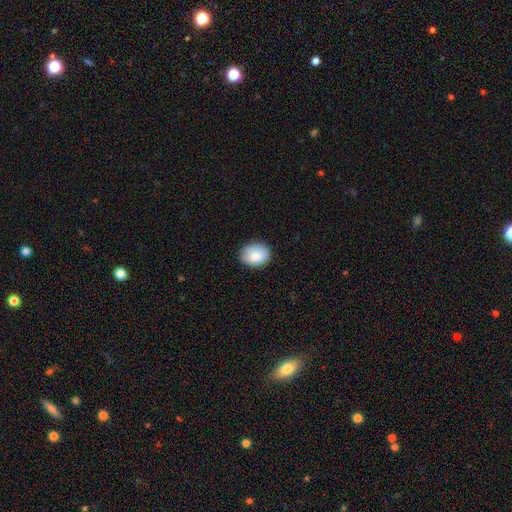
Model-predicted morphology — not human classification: A smooth galaxy with no disk features (87%) that is in between round and cigar-shaped (59%). Merging: none (85%).